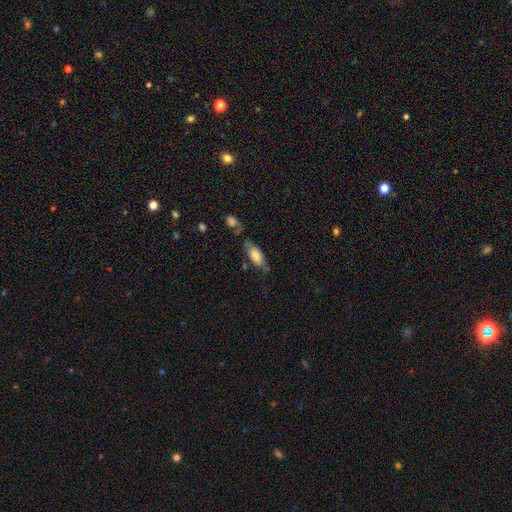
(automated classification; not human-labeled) Smooth or featured: smooth — 69% (featured or disk — 24%)
How rounded: in between — 78% (cigar-shaped — 20%)
Merging: none — 49% (minor disturbance — 26%)